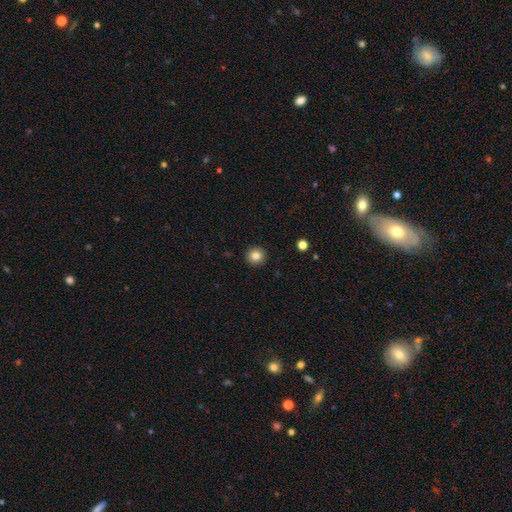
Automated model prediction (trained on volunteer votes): Overall: smooth (83%). How rounded: round (94%). Merging: none (93%).